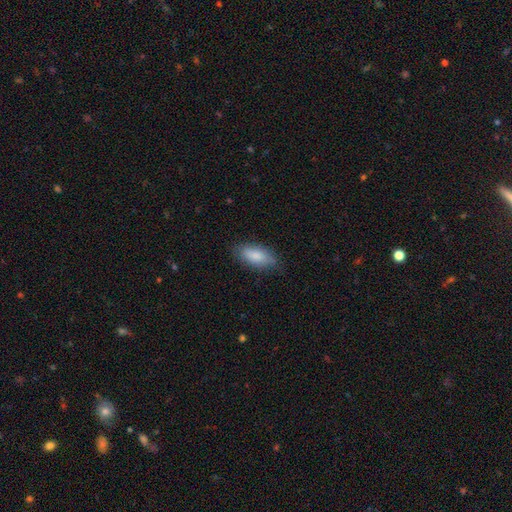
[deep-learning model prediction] Smooth or featured? smooth (85%)
How rounded? in between (84%)
Merging? none (79%)